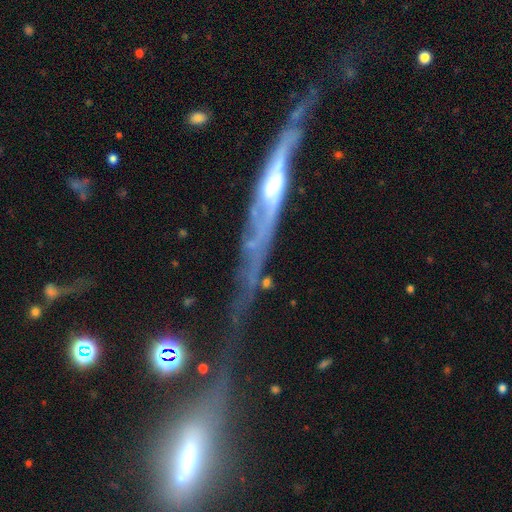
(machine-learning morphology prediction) smooth-or-featured: featured or disk: 84% | smooth: 10% | star or artifact: 7%
  disk-edge-on: yes: 70% | no: 30%
    edge-on-bulge: rounded: 57% | none: 23% | boxy: 20%
  merging: none: 37% | major disturbance: 29% | minor disturbance: 22% | merger: 11%